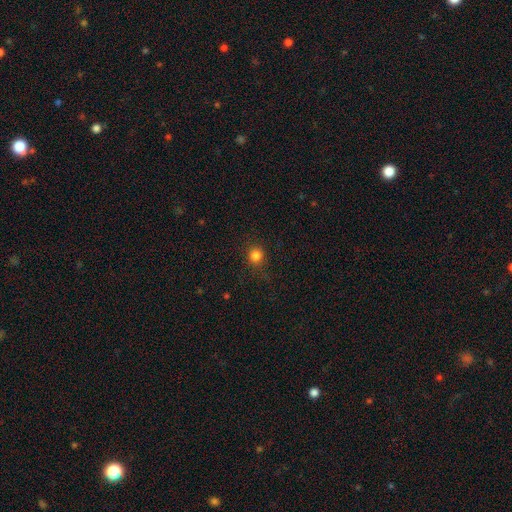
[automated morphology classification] Smooth or featured?
  - smooth: 82% *
  - star or artifact: 13%
  - featured or disk: 4%
How rounded?
  - round: 90% *
  - in between: 9%
  - cigar-shaped: 1%
Merging?
  - none: 86% *
  - minor disturbance: 9%
  - major disturbance: 4%
  - merger: 1%